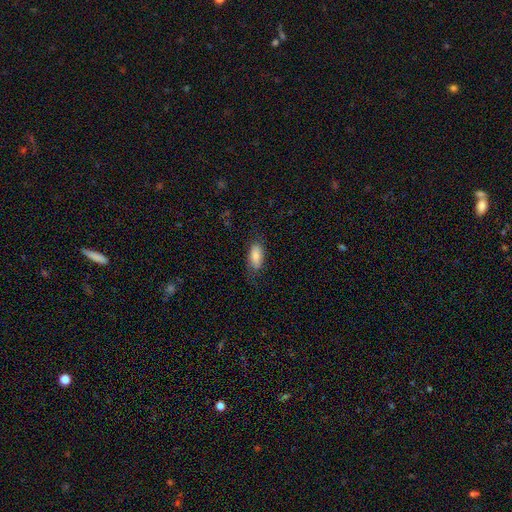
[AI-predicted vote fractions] Smooth or featured? Predicted: smooth (p=0.82). How rounded? Predicted: in between (p=0.88). Merging? Predicted: none (p=0.71).